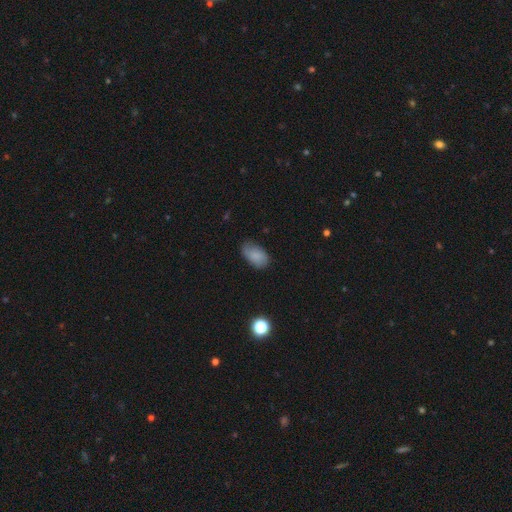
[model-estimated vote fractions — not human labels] Q: Smooth or featured?
A: smooth (84%); runner-up: star or artifact (9%)
Q: How rounded?
A: in between (92%); runner-up: round (6%)
Q: Merging?
A: none (72%); runner-up: minor disturbance (22%)